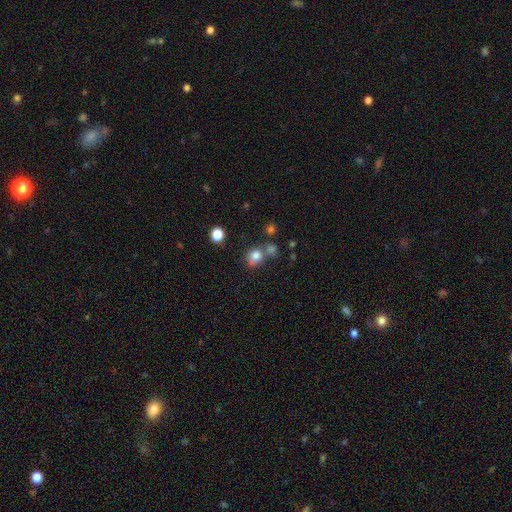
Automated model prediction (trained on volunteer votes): smooth_or_featured: smooth (p=0.78) [alt: star or artifact p=0.14]
how_rounded: round (p=0.68) [alt: in between p=0.30]
merging: none (p=0.52) [alt: merger p=0.26]